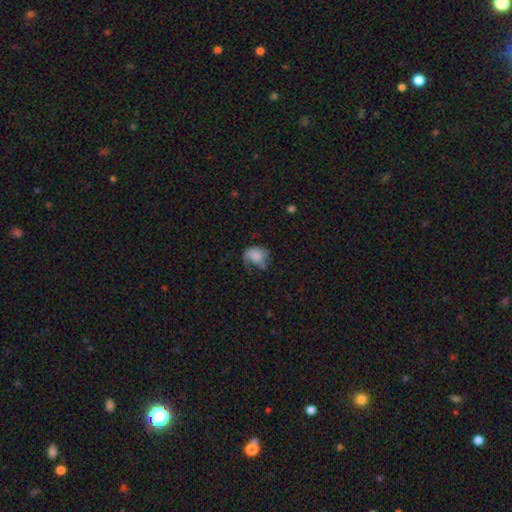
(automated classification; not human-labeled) Smooth or featured: smooth — 64% (featured or disk — 27%)
How rounded: in between — 58% (round — 41%)
Merging: major disturbance — 37% (none — 31%)